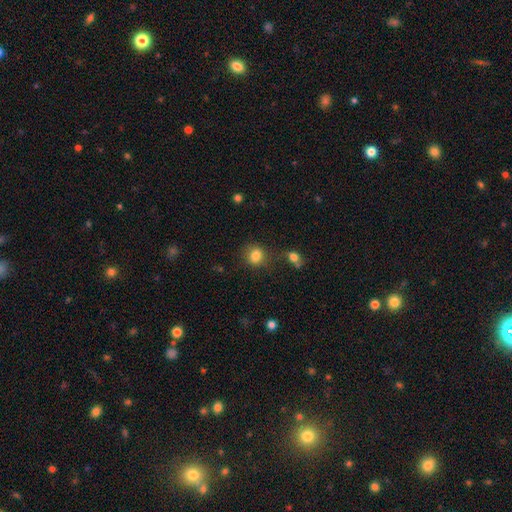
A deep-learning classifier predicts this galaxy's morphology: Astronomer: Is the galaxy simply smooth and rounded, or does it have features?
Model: smooth — 82%.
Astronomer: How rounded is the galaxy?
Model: round — 79%.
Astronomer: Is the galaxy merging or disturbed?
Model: none — 77%.